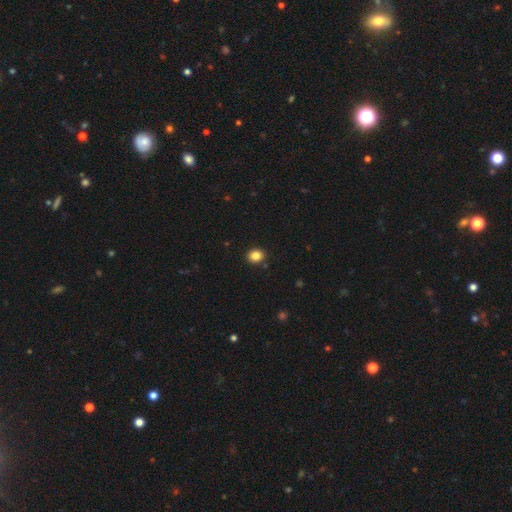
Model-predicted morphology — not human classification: Smooth or featured?
  - smooth: 85% *
  - star or artifact: 11%
  - featured or disk: 4%
How rounded?
  - round: 63% *
  - in between: 36%
  - cigar-shaped: 1%
Merging?
  - none: 90% *
  - minor disturbance: 7%
  - major disturbance: 2%
  - merger: 2%